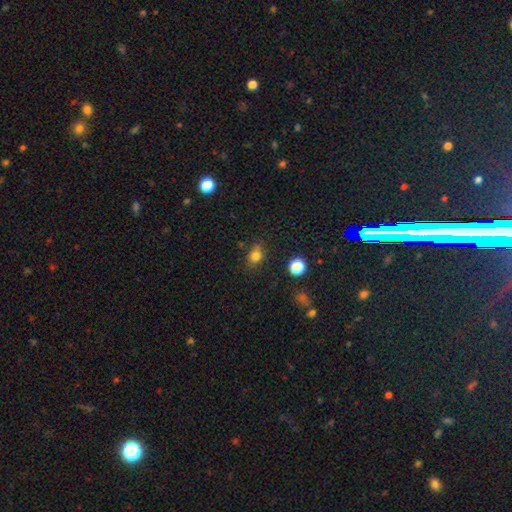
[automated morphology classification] A smooth galaxy with no disk features (79%) that is in between round and cigar-shaped (58%). Merging: none (76%).